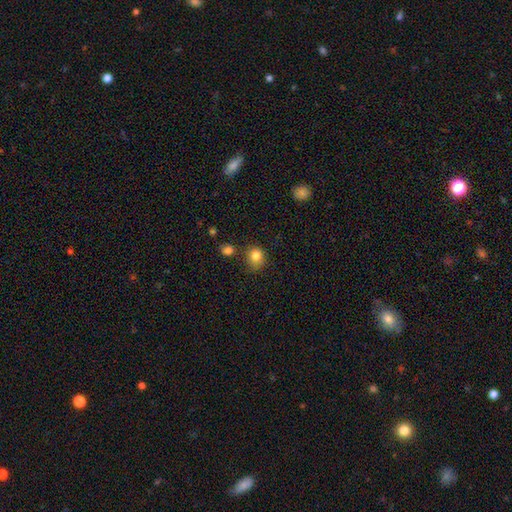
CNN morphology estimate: Overall: smooth (82%). How rounded: round (80%). Merging: none (67%).